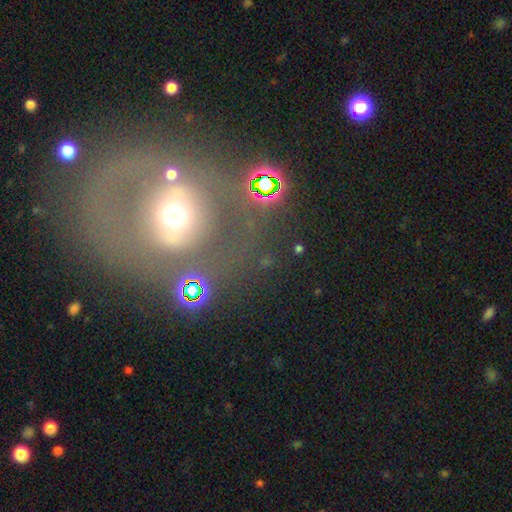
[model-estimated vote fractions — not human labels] The model was most divided on "smooth or featured": featured or disk: 53%, smooth: 31%, star or artifact: 16%. More confident: edge-on disk — no (94%); spiral arms — no (67%); bar — no (65%); merging — none (63%); bulge size — moderate (59%).